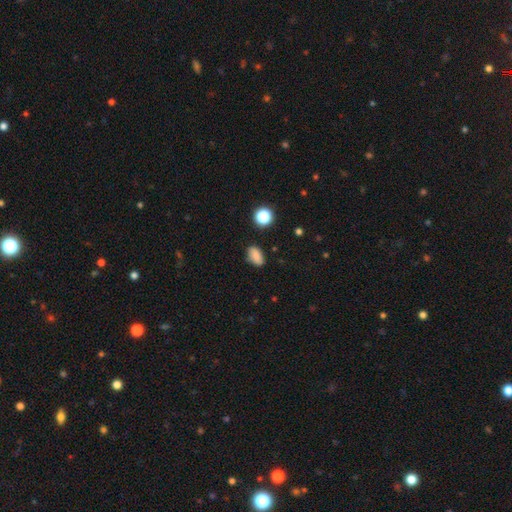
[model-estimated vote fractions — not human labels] Morphology: type=smooth (83%); roundness=in between (86%); merging=none (80%).